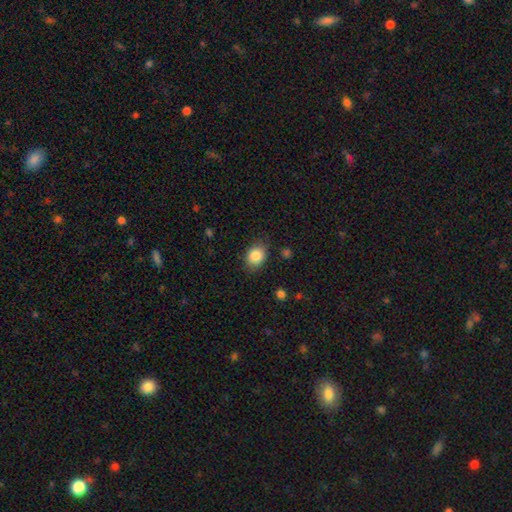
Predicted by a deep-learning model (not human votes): Smooth or featured? smooth (85%)
How rounded? in between (59%)
Merging? none (82%)